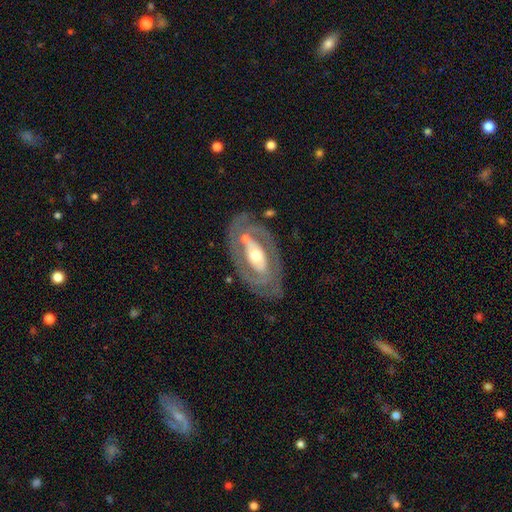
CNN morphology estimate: Smooth or featured?
  - featured or disk: 78% *
  - smooth: 17%
  - star or artifact: 5%
Edge-on disk?
  - no: 92% *
  - yes: 8%
Bar?
  - no: 54% *
  - weak: 24%
  - strong: 22%
Spiral arms?
  - yes: 65% *
  - no: 35%
Bulge size?
  - moderate: 63% *
  - small: 22%
  - large: 12%
  - dominant: 2%
  - none: 1%
Merging?
  - none: 74% *
  - minor disturbance: 15%
  - major disturbance: 7%
  - merger: 4%